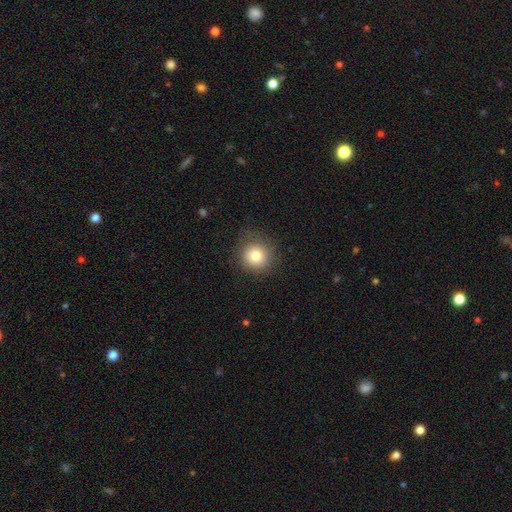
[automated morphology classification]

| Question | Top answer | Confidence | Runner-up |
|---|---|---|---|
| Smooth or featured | smooth | 80% | star or artifact (11%) |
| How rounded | round | 92% | in between (7%) |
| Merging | none | 83% | minor disturbance (12%) |